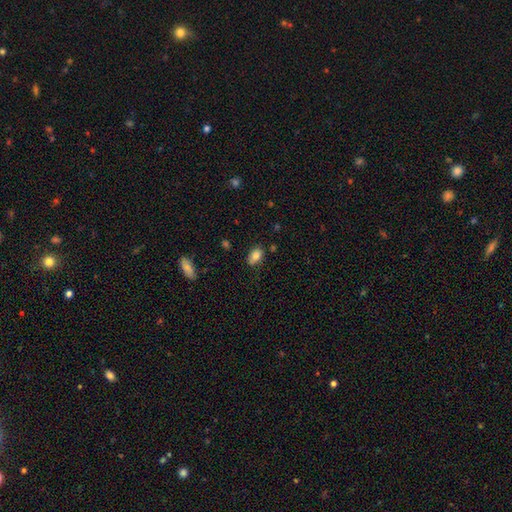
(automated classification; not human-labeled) This is clearly a smooth galaxy (81%). How rounded: clearly in between (85%). Merging: likely none (75%).